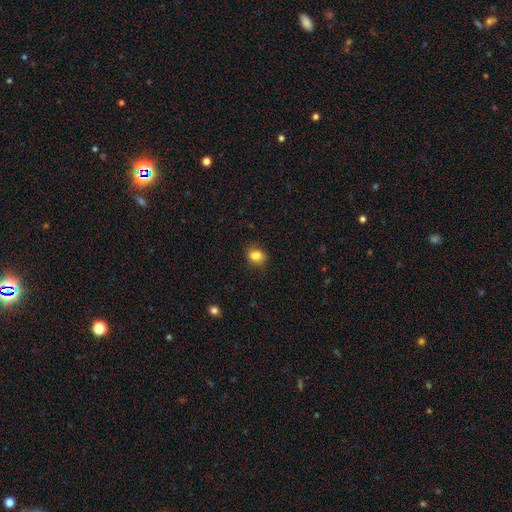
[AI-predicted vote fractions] Q: Smooth or featured?
A: smooth (84%); runner-up: star or artifact (10%)
Q: How rounded?
A: round (57%); runner-up: in between (42%)
Q: Merging?
A: none (82%); runner-up: minor disturbance (14%)